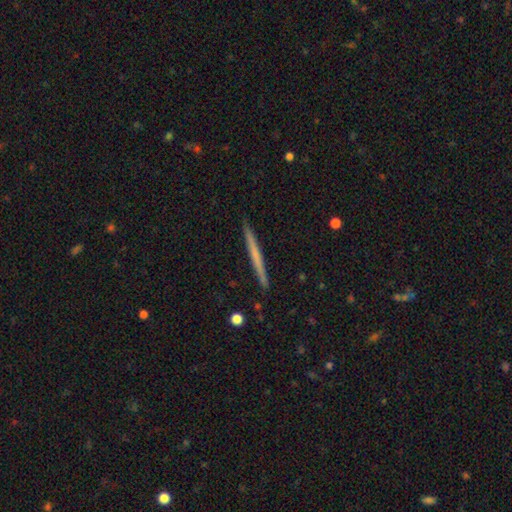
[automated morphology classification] smooth_or_featured: featured or disk (p=0.48) [alt: smooth p=0.46]
merging: none (p=0.93) [alt: minor disturbance p=0.05]